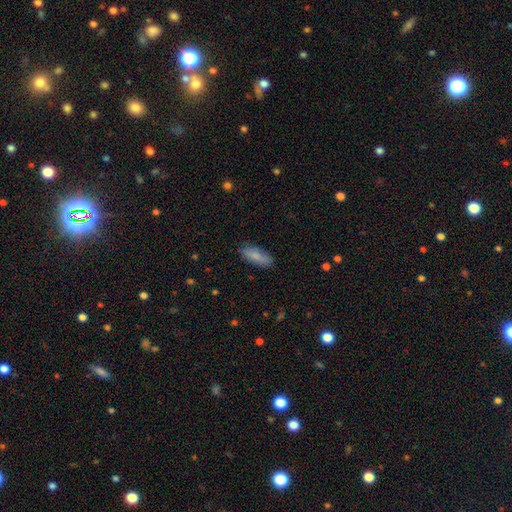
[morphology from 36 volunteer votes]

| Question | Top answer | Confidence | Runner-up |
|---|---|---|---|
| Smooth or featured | smooth | 75% | featured or disk (19%) |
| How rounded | in between | 70% | cigar-shaped (30%) |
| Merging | none | 91% | minor disturbance (6%) |